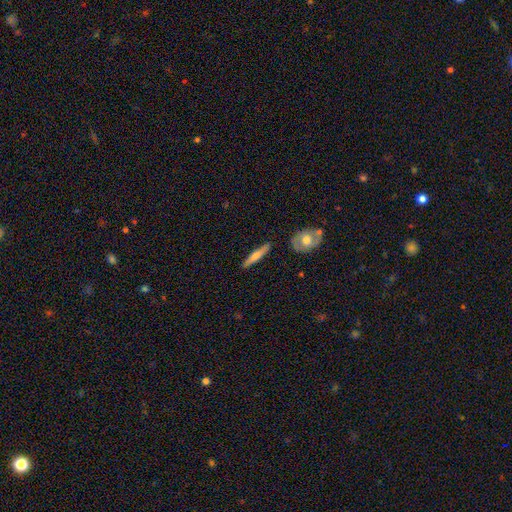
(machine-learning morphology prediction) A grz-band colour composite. It shows a smooth galaxy with no disk features (50%) that is cigar-shaped (89%). Merging: none (88%).